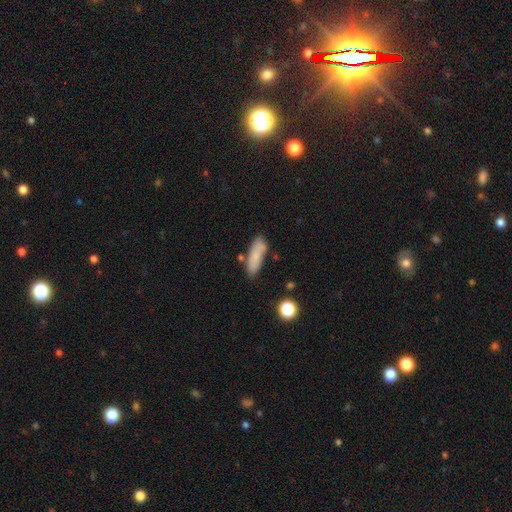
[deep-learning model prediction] smooth_or_featured: smooth (p=0.79) [alt: featured or disk p=0.13]
how_rounded: cigar-shaped (p=0.50) [alt: in between p=0.47]
merging: none (p=0.71) [alt: minor disturbance p=0.18]